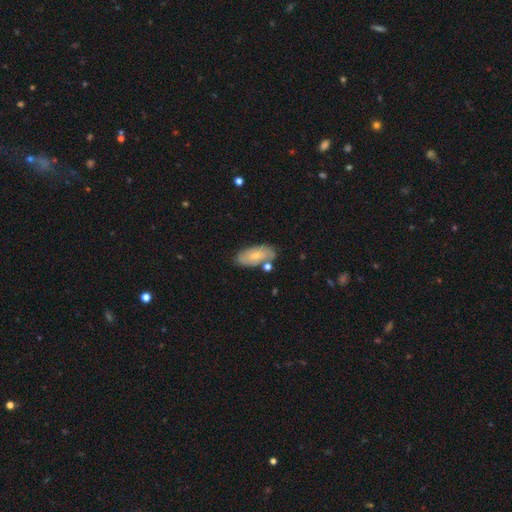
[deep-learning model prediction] Morphology: type=featured or disk (50%); edge-on=no (91%); merging=none (68%).